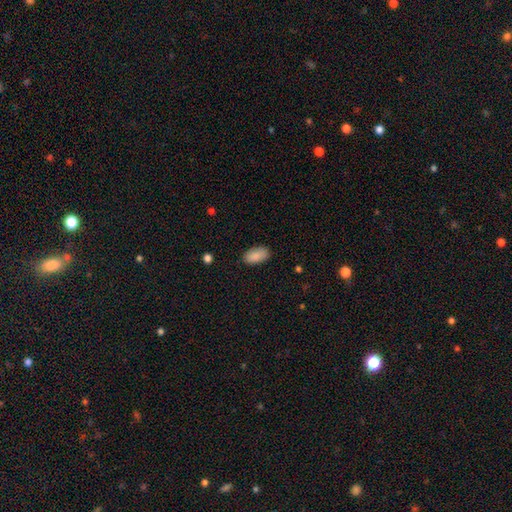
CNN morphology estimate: The model was most divided on "merging": none: 84%, minor disturbance: 12%, major disturbance: 3%, merger: 1%. More confident: how rounded — in between (94%); smooth or featured — smooth (89%).